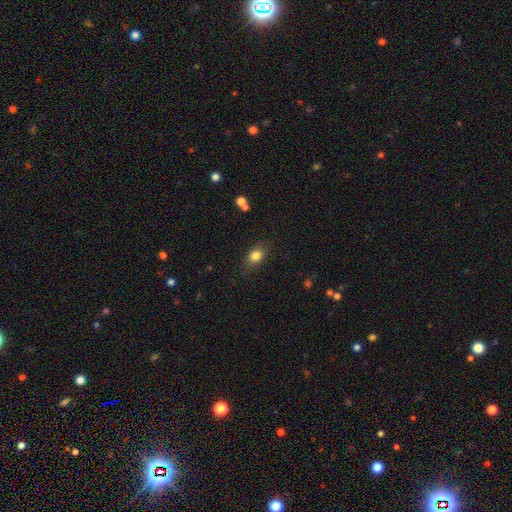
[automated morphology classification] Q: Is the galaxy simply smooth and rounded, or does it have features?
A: smooth — 81%.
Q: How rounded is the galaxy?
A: in between — 67%.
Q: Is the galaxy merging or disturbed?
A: none — 79%.